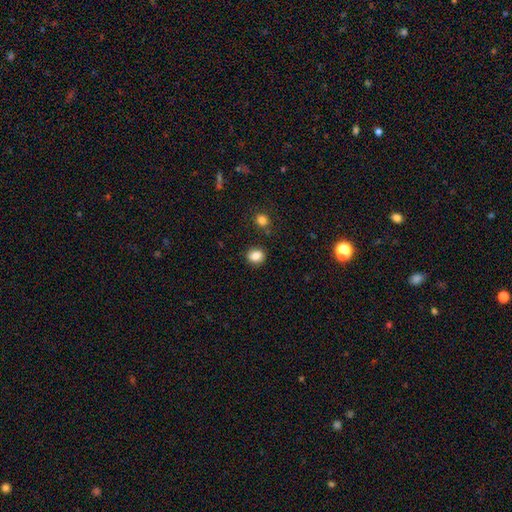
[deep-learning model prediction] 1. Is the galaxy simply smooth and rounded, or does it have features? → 85% smooth, 10% star or artifact, 5% featured or disk.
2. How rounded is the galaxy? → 67% round, 32% in between, 1% cigar-shaped.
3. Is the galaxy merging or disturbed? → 84% none, 10% minor disturbance, 3% merger, 3% major disturbance.